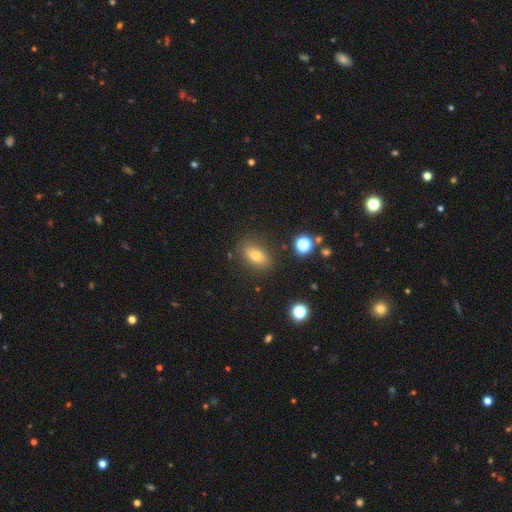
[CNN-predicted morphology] Q: Smooth or featured?
A: smooth (77%); runner-up: star or artifact (12%)
Q: How rounded?
A: in between (80%); runner-up: round (11%)
Q: Merging?
A: none (84%); runner-up: minor disturbance (11%)